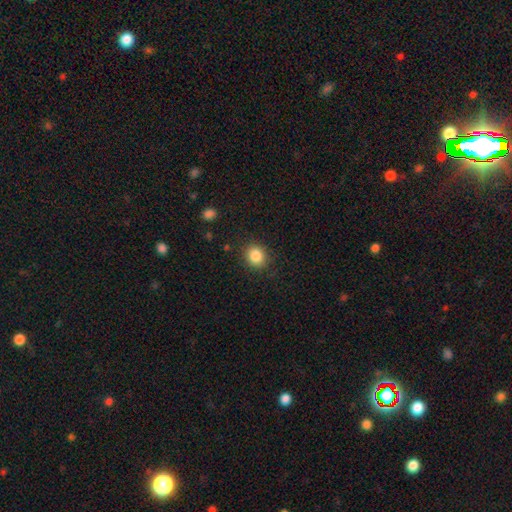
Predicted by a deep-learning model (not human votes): Q: Smooth or featured?
A: smooth (85%); runner-up: star or artifact (10%)
Q: How rounded?
A: round (77%); runner-up: in between (22%)
Q: Merging?
A: none (87%); runner-up: minor disturbance (9%)